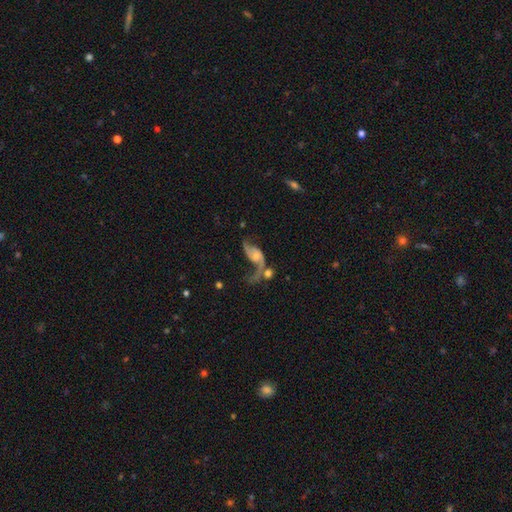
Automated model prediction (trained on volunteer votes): Overall: featured or disk (80%). Edge-on disk: no (96%). Bar: no (58%; weak 34%). Spiral arms: yes (92%). Spiral arm count: 2 (87%). Spiral winding: loose (79%). Bulge size: small (44%; moderate 25%). Merging: none (31%; merger 28%).